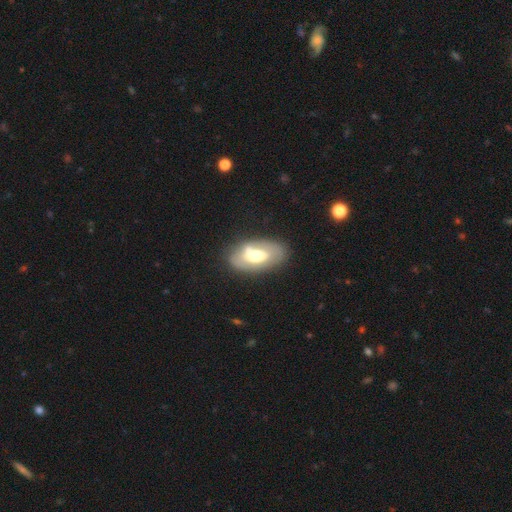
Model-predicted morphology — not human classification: Smooth or featured? featured or disk (50%)
Edge-on disk? no (89%)
Merging? none (68%)